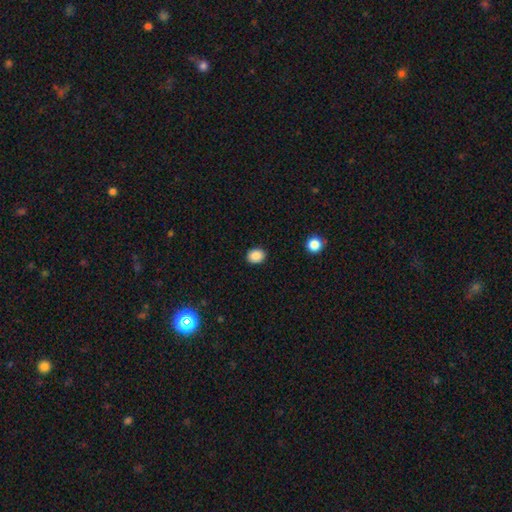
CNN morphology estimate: Q: Smooth or featured?
A: smooth (88%); runner-up: star or artifact (9%)
Q: How rounded?
A: in between (50%); runner-up: round (49%)
Q: Merging?
A: none (90%); runner-up: minor disturbance (7%)